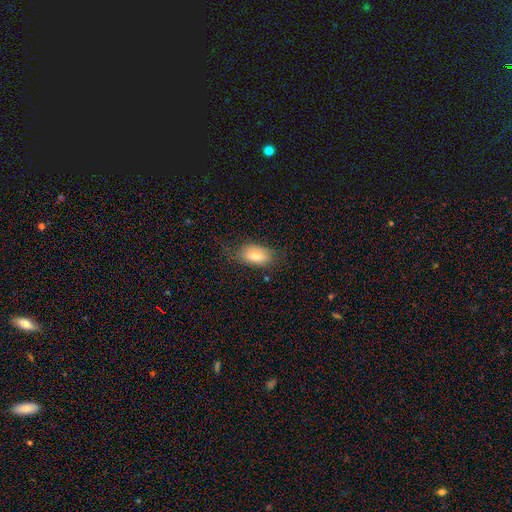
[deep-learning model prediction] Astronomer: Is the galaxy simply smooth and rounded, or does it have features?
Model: smooth — 74%.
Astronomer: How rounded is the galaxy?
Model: in between — 90%.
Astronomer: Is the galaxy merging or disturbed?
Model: none — 68%.